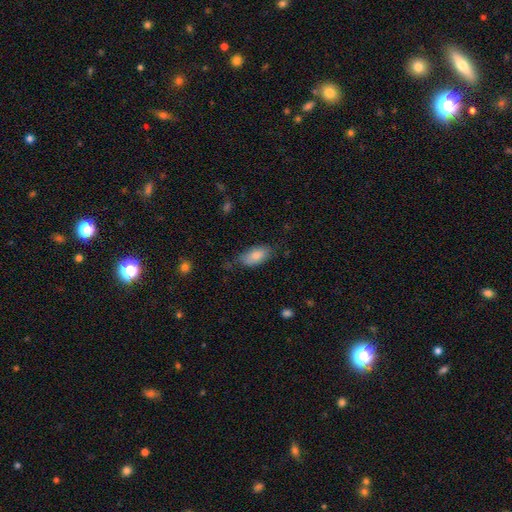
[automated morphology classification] Smooth or featured? Predicted: smooth (p=0.81). How rounded? Predicted: in between (p=0.92). Merging? Predicted: none (p=0.63).